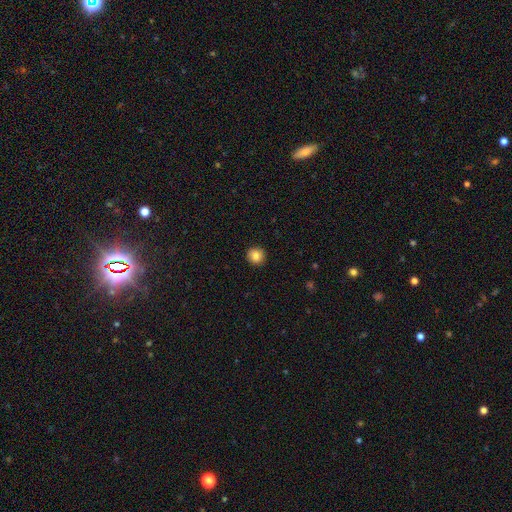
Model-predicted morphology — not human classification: smooth-or-featured: smooth: 85% | star or artifact: 9% | featured or disk: 5%
  how-rounded: round: 92% | in between: 7% | cigar-shaped: 1%
  merging: none: 92% | minor disturbance: 5% | major disturbance: 2% | merger: 1%